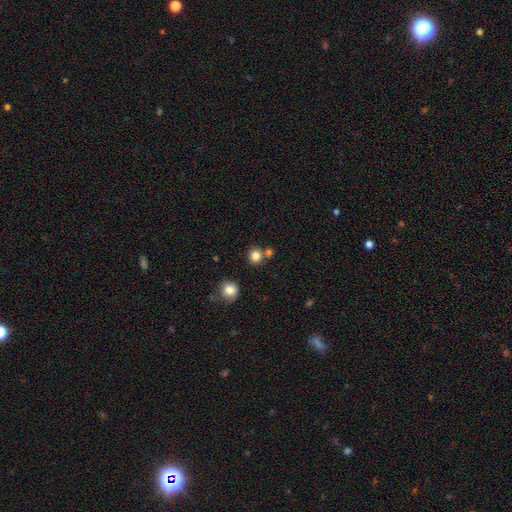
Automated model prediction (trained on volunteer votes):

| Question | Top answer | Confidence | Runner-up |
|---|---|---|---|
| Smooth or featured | smooth | 83% | star or artifact (12%) |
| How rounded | round | 86% | in between (13%) |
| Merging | none | 69% | merger (20%) |